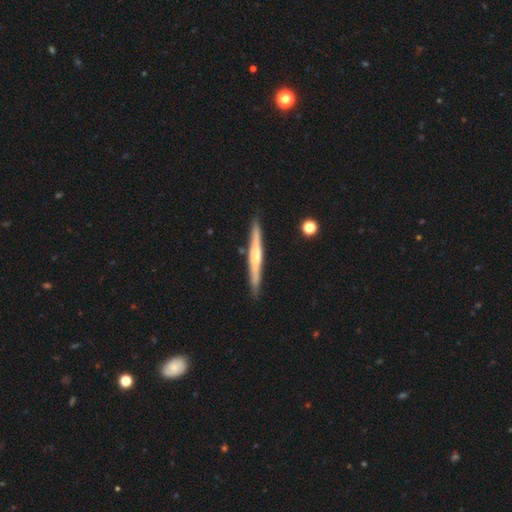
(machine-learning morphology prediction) Smooth or featured? featured or disk (58%)
Edge-on disk? yes (97%)
Edge-on bulge? rounded (46%)
Merging? none (88%)